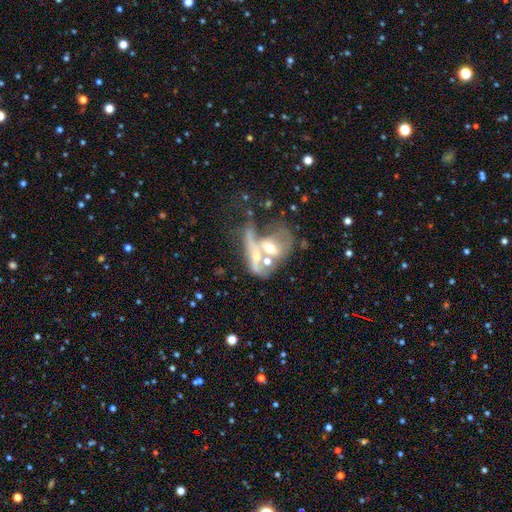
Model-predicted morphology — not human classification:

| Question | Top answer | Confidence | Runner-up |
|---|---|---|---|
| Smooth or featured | featured or disk | 58% | smooth (31%) |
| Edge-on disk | no | 89% | yes (11%) |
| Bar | no | 72% | weak (18%) |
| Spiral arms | no | 73% | yes (27%) |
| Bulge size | moderate | 60% | small (20%) |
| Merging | merger | 68% | major disturbance (17%) |